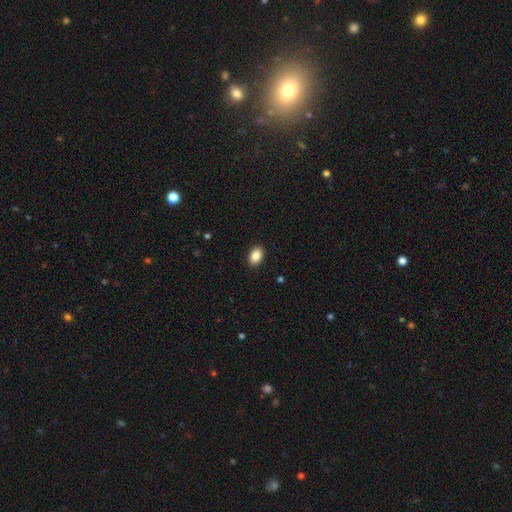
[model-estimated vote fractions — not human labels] Smooth or featured: smooth — 87% (star or artifact — 8%)
How rounded: in between — 84% (round — 15%)
Merging: none — 90% (minor disturbance — 7%)